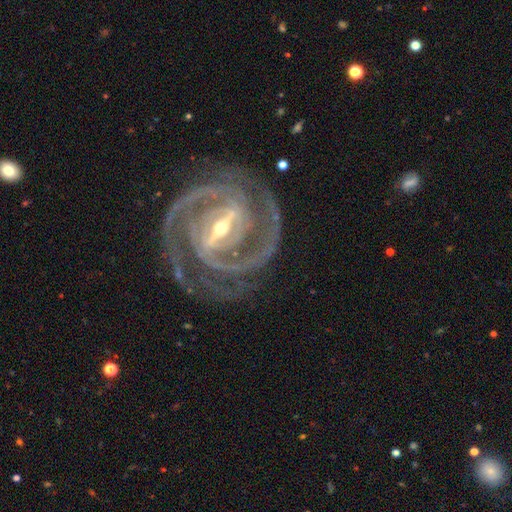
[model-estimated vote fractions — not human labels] Overall: featured or disk (94%). Edge-on disk: no (97%). Bar: strong (80%). Spiral arms: yes (99%). Spiral arm count: 2 (71%). Spiral winding: tight (72%). Bulge size: small (65%; moderate 31%). Merging: none (83%).